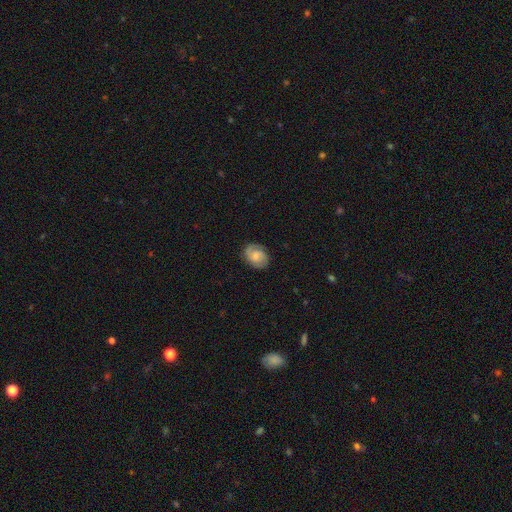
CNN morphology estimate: This appears to be a featured or disk galaxy (56%) with no bar (60%), spiral arms (90%) and a small central bulge (42%). Merging: none (76%).